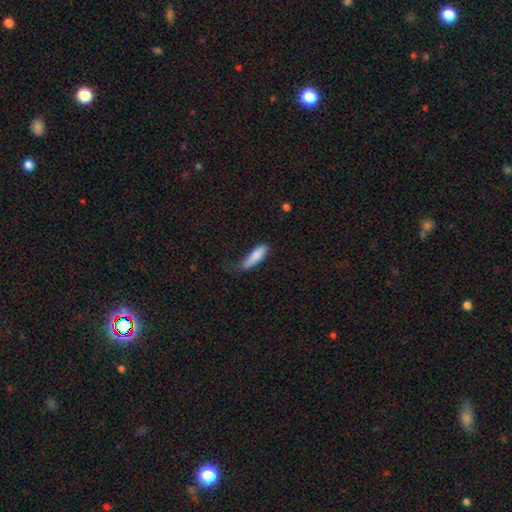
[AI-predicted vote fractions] The model was most divided on "merging": none: 45%, minor disturbance: 37%, major disturbance: 16%, merger: 2%. More confident: smooth or featured — smooth (84%); how rounded — cigar-shaped (63%).